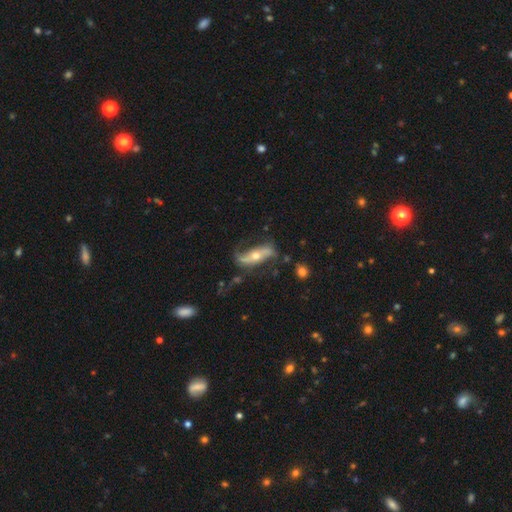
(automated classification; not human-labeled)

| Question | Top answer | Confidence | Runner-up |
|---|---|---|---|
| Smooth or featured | featured or disk | 74% | smooth (20%) |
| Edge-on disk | no | 74% | yes (26%) |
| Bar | no | 44% | strong (37%) |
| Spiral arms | yes | 84% | no (16%) |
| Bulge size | moderate | 59% | small (35%) |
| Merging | none | 59% | minor disturbance (22%) |